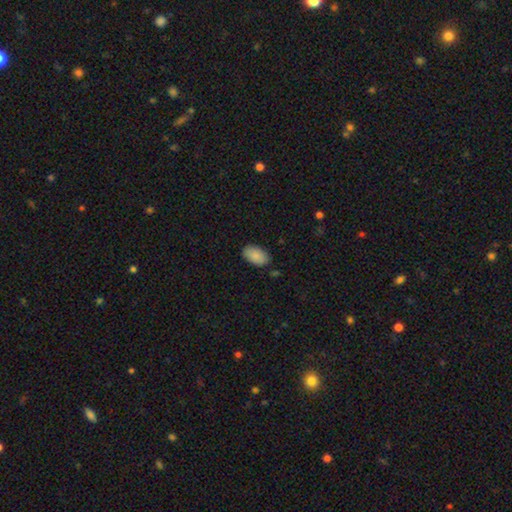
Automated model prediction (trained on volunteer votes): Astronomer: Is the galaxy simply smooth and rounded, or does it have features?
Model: smooth — 88%.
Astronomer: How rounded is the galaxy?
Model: in between — 94%.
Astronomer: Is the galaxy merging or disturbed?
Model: none — 85%.